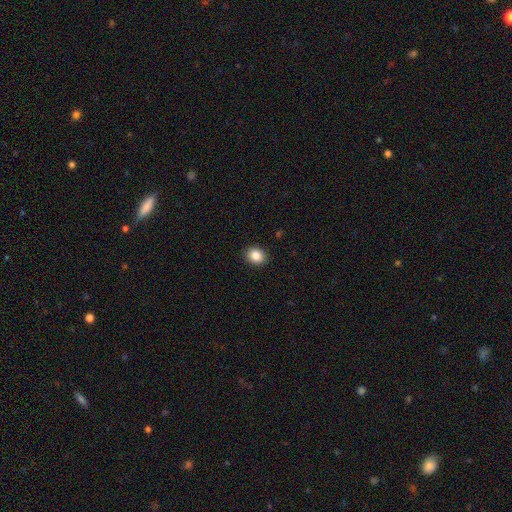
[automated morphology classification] A smooth galaxy with no disk features (87%) that is round (60%).

Vote fractions:
- Smooth or featured? smooth: 87% / star or artifact: 9% / featured or disk: 4%
- How rounded? round: 60% / in between: 39% / cigar-shaped: 1%
- Merging? none: 91% / minor disturbance: 6% / major disturbance: 2% / merger: 1%